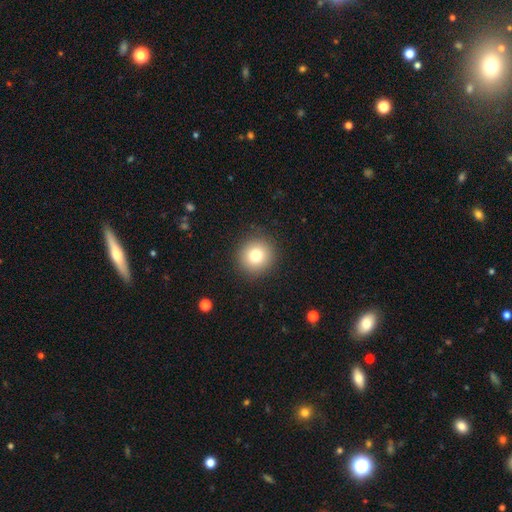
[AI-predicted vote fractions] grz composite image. It shows a smooth galaxy with no disk features (79%) that is round (92%). Merging: none (90%).